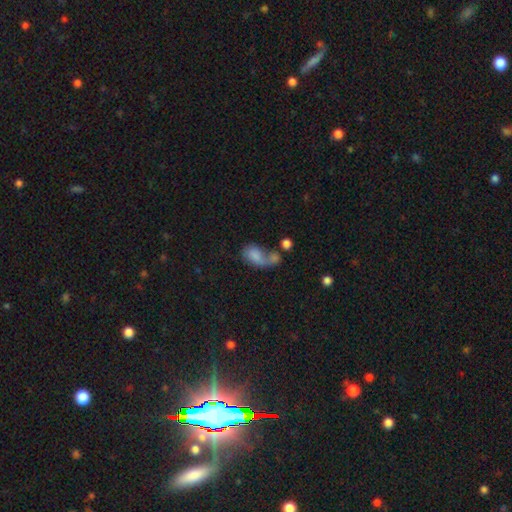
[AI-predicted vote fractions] Smooth or featured: smooth — 67% (featured or disk — 23%)
How rounded: in between — 83% (round — 15%)
Merging: merger — 47% (major disturbance — 23%)